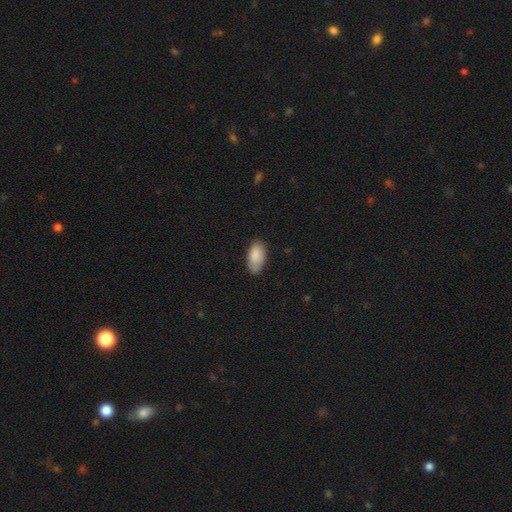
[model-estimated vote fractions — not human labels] Morphology: type=smooth (87%); roundness=in between (94%); merging=none (76%).